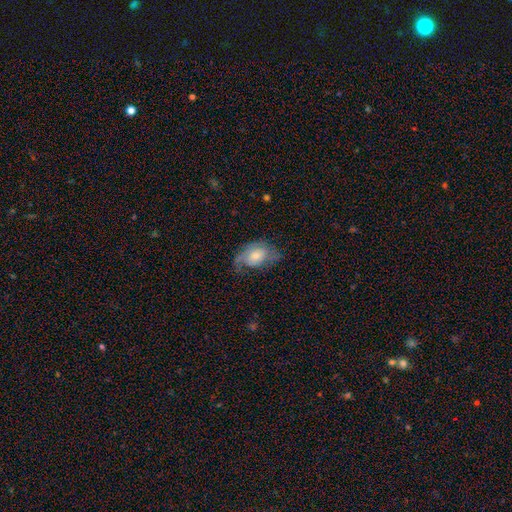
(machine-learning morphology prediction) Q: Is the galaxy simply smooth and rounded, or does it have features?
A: smooth — 49%.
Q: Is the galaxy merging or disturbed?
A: none — 43%.